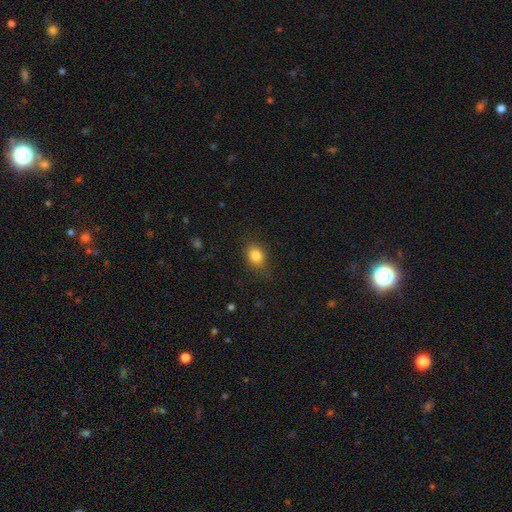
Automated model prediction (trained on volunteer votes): Q: Smooth or featured?
A: smooth (83%); runner-up: star or artifact (10%)
Q: How rounded?
A: in between (56%); runner-up: round (43%)
Q: Merging?
A: none (80%); runner-up: minor disturbance (15%)